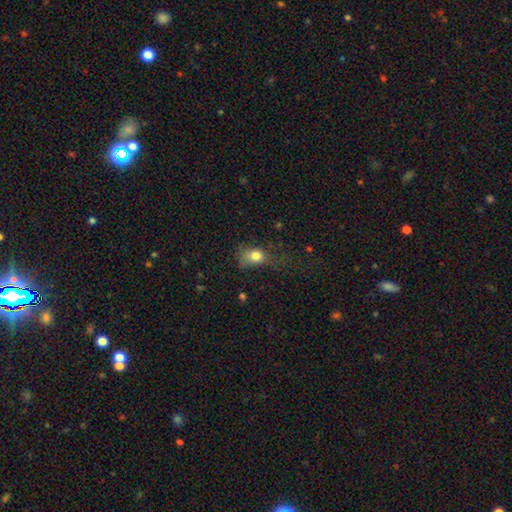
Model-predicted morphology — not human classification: type=smooth (78%); roundness=in between (56%); merging=major disturbance (34%).